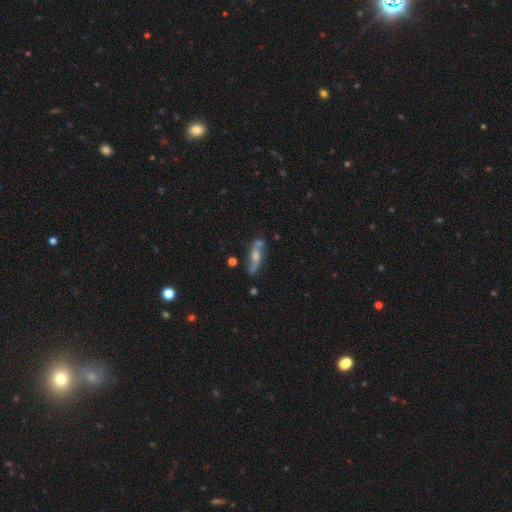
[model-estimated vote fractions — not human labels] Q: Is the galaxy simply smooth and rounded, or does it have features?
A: featured or disk — 66%.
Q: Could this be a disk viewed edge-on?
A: no — 72%.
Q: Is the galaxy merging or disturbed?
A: none — 60%.